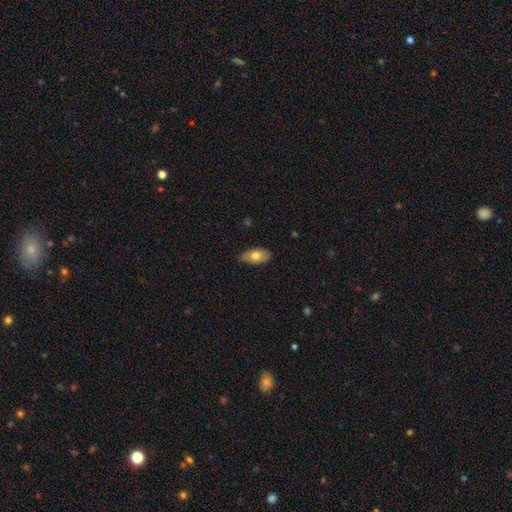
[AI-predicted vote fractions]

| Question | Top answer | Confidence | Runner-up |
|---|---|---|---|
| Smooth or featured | smooth | 71% | featured or disk (23%) |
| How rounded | in between | 93% | round (5%) |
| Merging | none | 77% | minor disturbance (19%) |